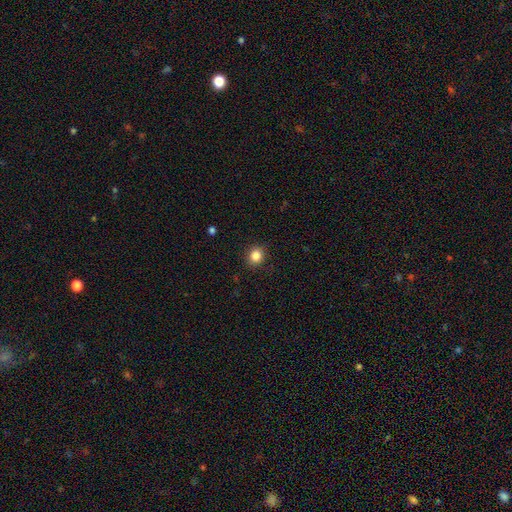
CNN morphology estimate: Smooth or featured? Predicted: smooth (p=0.85). How rounded? Predicted: round (p=0.79). Merging? Predicted: none (p=0.90).